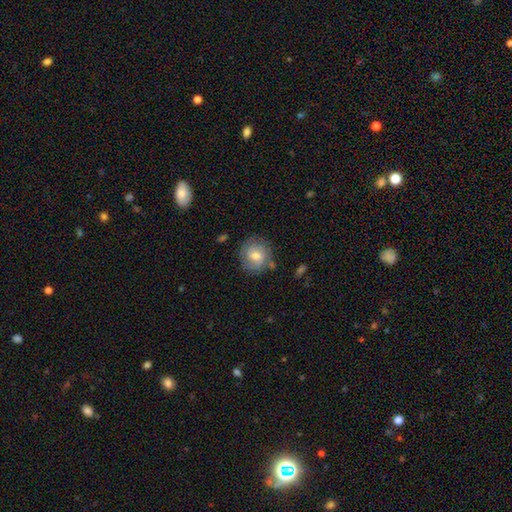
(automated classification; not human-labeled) This appears to be a smooth galaxy with no disk features (51%) that is round (85%). Merging: none (76%).